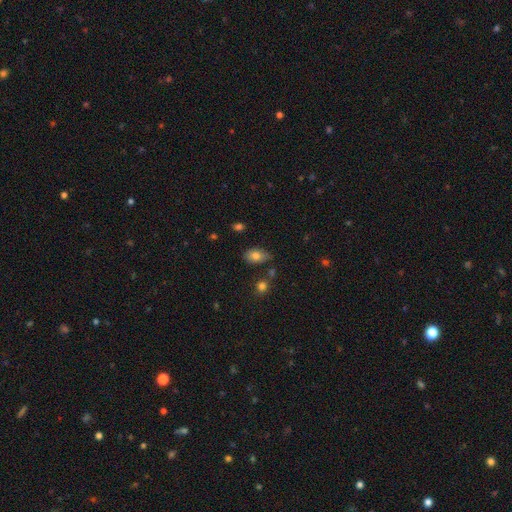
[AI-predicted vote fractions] Morphology: type=smooth (79%); roundness=in between (87%); merging=none (69%).